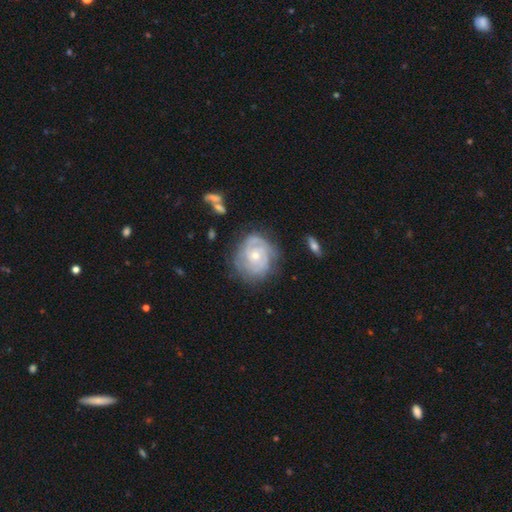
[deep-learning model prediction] Q: Smooth or featured?
A: featured or disk (78%); runner-up: smooth (16%)
Q: Edge-on disk?
A: no (97%); runner-up: yes (3%)
Q: Bar?
A: no (77%); runner-up: weak (20%)
Q: Spiral arms?
A: yes (88%); runner-up: no (12%)
Q: Spiral winding?
A: tight (69%); runner-up: medium (24%)
Q: Spiral arm count?
A: can't tell (40%); runner-up: 2 (25%)
Q: Bulge size?
A: small (57%); runner-up: moderate (39%)
Q: Merging?
A: none (68%); runner-up: minor disturbance (21%)